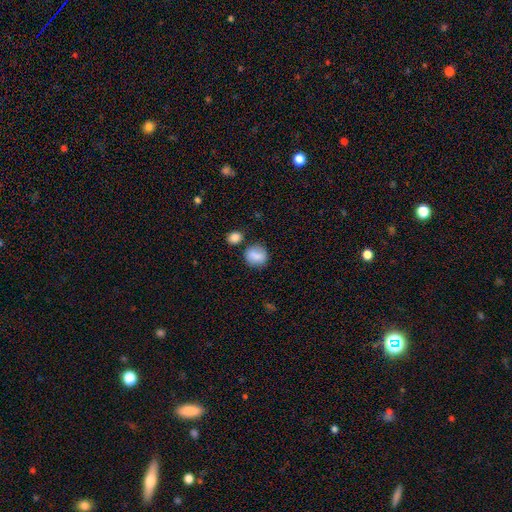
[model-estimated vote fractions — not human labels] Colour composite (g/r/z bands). It shows a smooth galaxy with no disk features (81%) that is round (74%). Merging: none (72%).